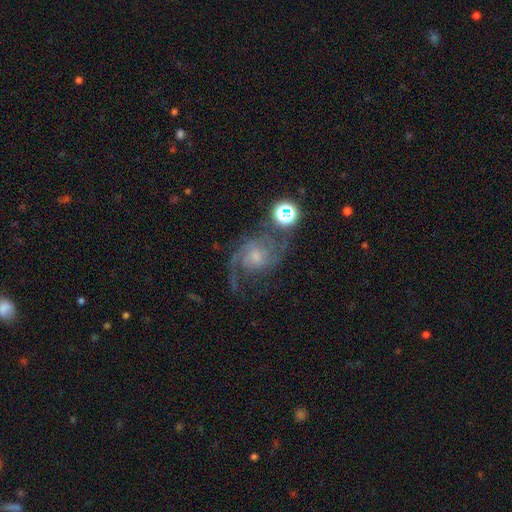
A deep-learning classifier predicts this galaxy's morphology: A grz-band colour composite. It shows a featured or disk galaxy (82%) with no bar (64%), 2 (75%) medium (51%) spiral arms (96%) and a small central bulge (52%). Merging: none (59%).